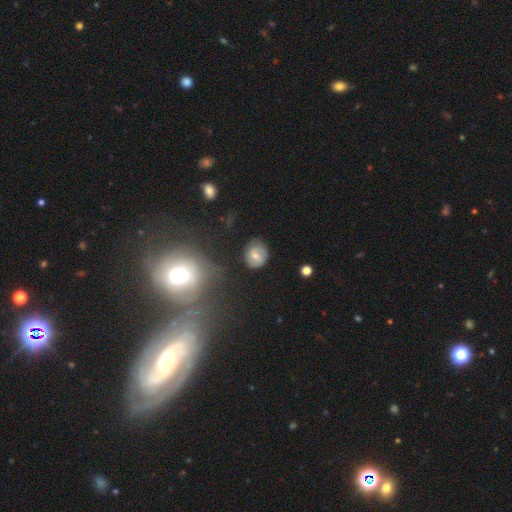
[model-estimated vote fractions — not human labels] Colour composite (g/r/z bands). It shows a smooth galaxy with no disk features (61%) that is round (75%). Merging: none (78%).